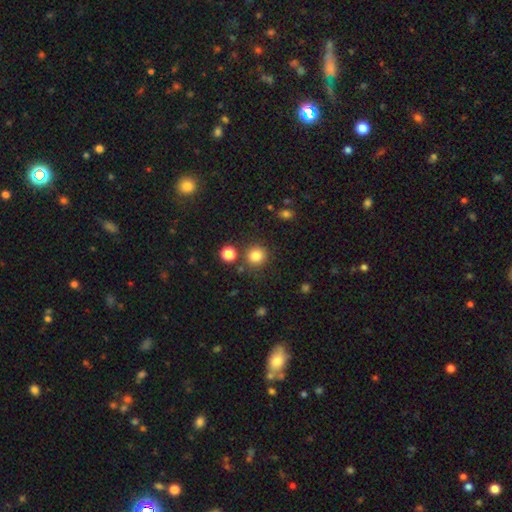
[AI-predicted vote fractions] A smooth galaxy with no disk features (83%) that is round (91%). Merging: none (82%).